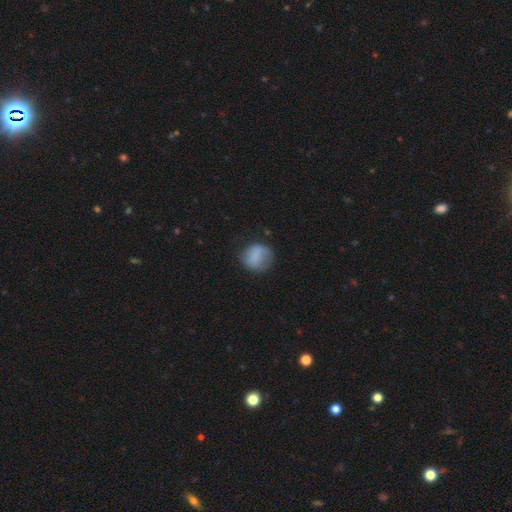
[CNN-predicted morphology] Smooth or featured?
  - smooth: 80% *
  - featured or disk: 12%
  - star or artifact: 9%
How rounded?
  - round: 78% *
  - in between: 21%
  - cigar-shaped: 1%
Merging?
  - none: 65% *
  - minor disturbance: 23%
  - major disturbance: 10%
  - merger: 2%